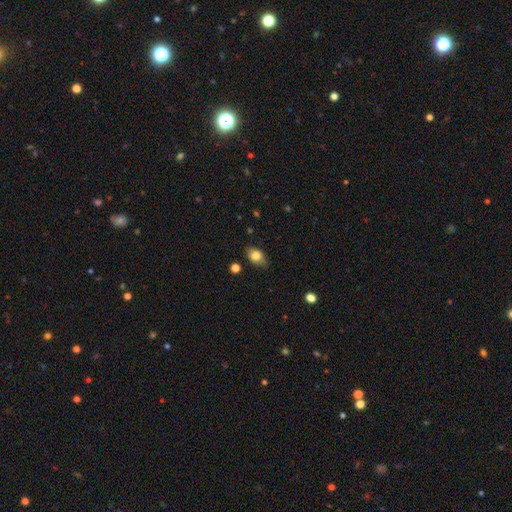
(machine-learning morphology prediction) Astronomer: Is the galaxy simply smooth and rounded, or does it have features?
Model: smooth — 81%.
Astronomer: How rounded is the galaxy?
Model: in between — 78%.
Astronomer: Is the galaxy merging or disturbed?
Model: none — 77%.